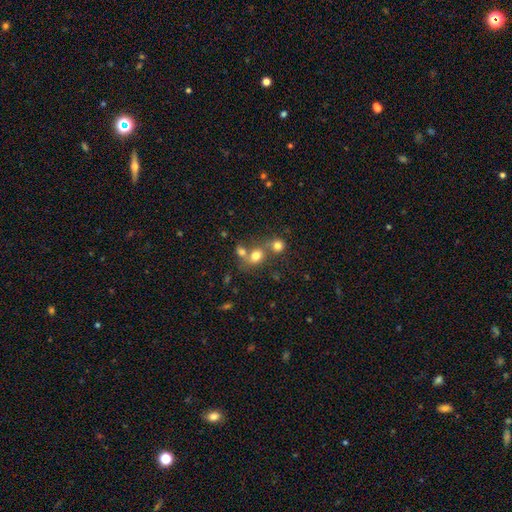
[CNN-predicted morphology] Overall: smooth (73%). How rounded: round (57%; in between 41%). Merging: merger (45%; none 41%).